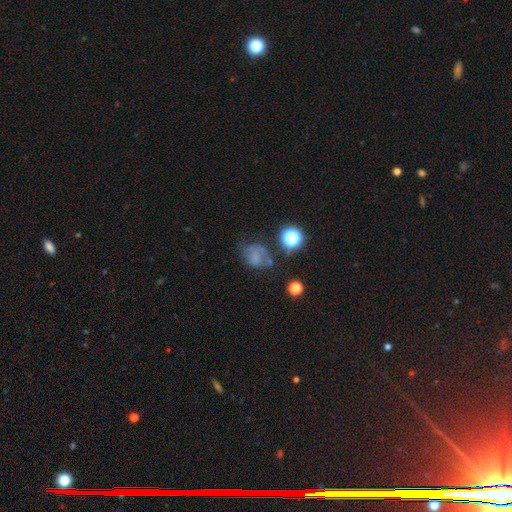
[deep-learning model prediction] Q: Smooth or featured?
A: smooth (50%); runner-up: featured or disk (29%)
Q: How rounded?
A: round (50%); runner-up: in between (49%)
Q: Merging?
A: none (42%); runner-up: minor disturbance (26%)